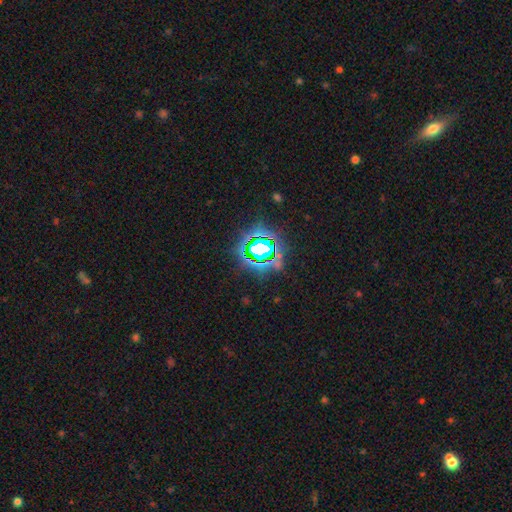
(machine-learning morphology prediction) Smooth or featured? Predicted: star or artifact (p=0.77).